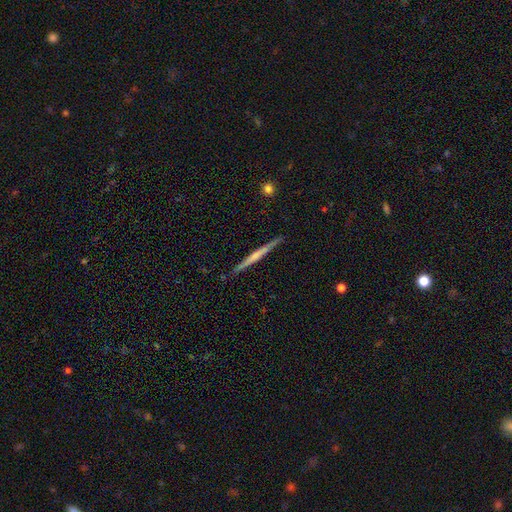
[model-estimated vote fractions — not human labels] smooth_or_featured: featured or disk (p=0.62) [alt: smooth p=0.32]
disk_edge_on: yes (p=0.98) [alt: no p=0.02]
edge_on_bulge: none (p=0.61) [alt: rounded p=0.28]
merging: none (p=0.90) [alt: minor disturbance p=0.08]